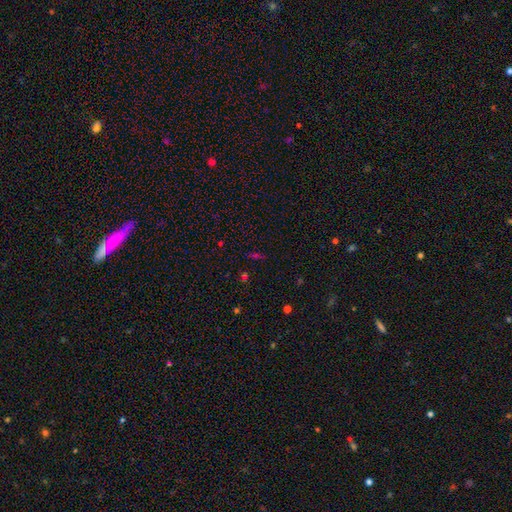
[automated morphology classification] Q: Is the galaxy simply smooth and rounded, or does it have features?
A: star or artifact — 48%.